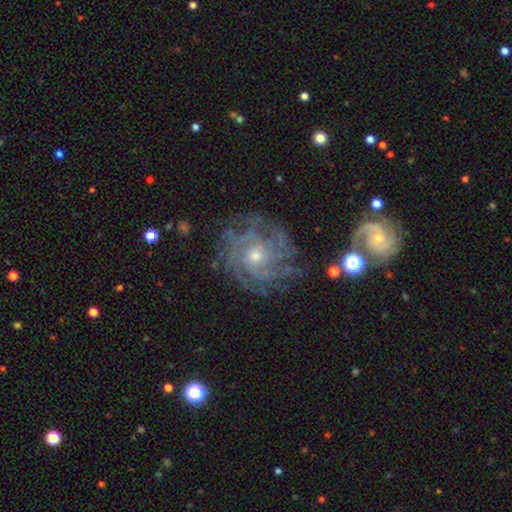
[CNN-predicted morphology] Smooth or featured? Predicted: featured or disk (p=0.85). Edge-on disk? Predicted: no (p=0.97). Bar? Predicted: no (p=0.79). Spiral arms? Predicted: yes (p=0.93). Spiral winding? Predicted: tight (p=0.64). Spiral arm count? Predicted: can't tell (p=0.33). Bulge size? Predicted: small (p=0.53). Merging? Predicted: none (p=0.74).